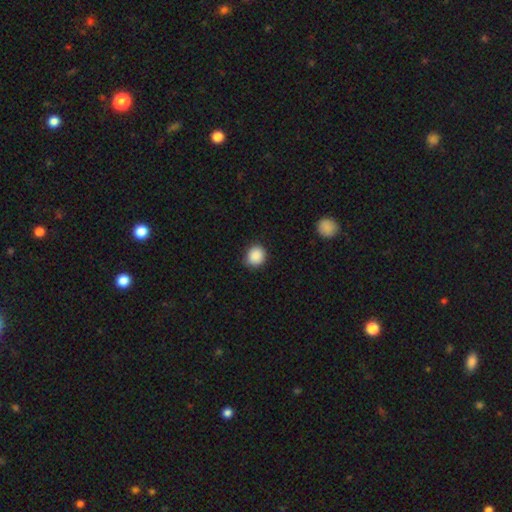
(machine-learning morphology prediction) This appears to be a smooth galaxy with no disk features (88%) that is round (82%). Merging: none (81%).